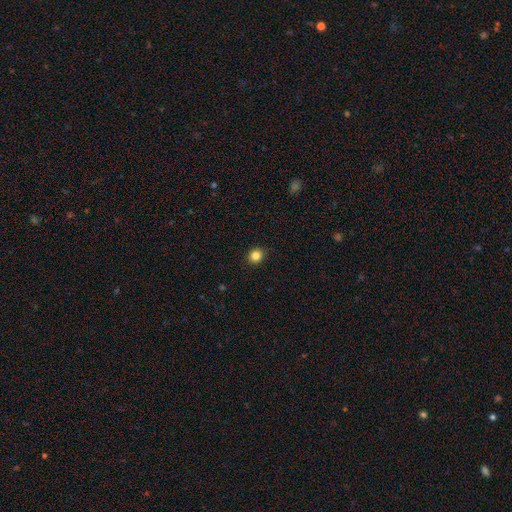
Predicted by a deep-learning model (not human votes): Smooth or featured? smooth (85%)
How rounded? round (82%)
Merging? none (92%)